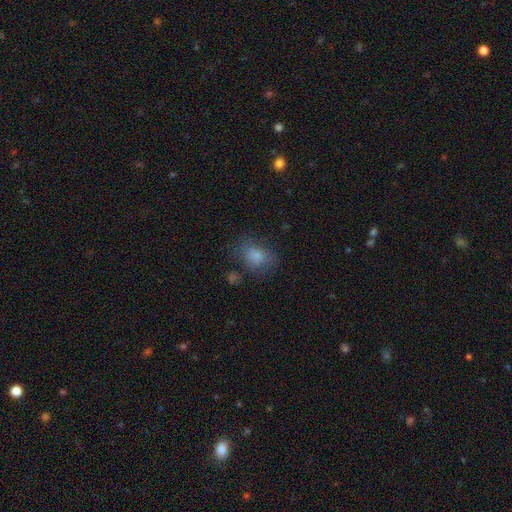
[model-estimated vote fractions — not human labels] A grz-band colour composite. It shows a smooth galaxy with no disk features (78%) that is in between round and cigar-shaped (63%). Merging: none (61%).